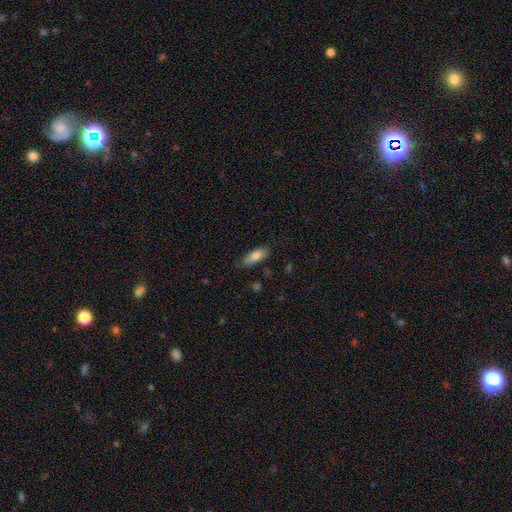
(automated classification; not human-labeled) This is clearly a smooth galaxy (83%). How rounded: likely in between (75%). Merging: likely none (77%).